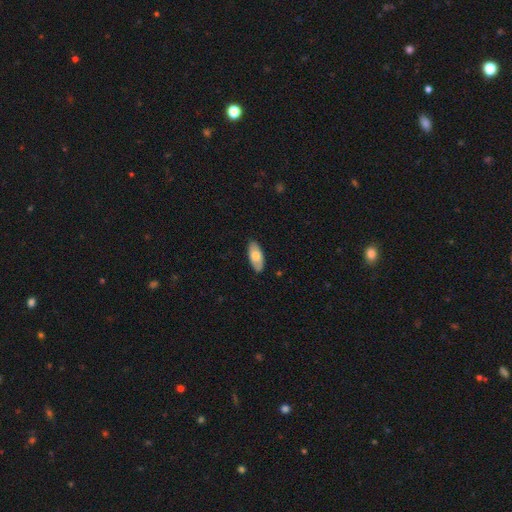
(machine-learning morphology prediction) This is likely a smooth galaxy (72%). How rounded: clearly in between (88%). Merging: clearly none (87%).